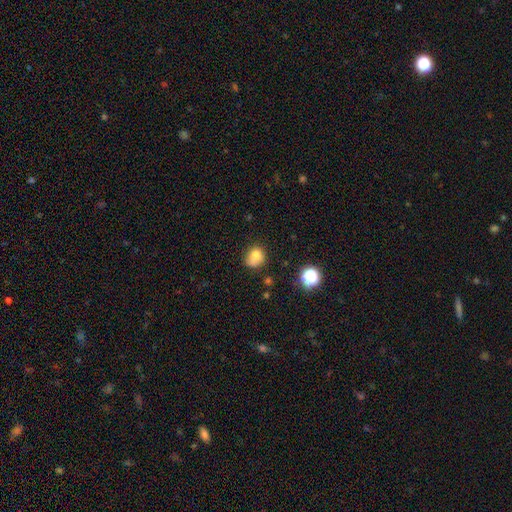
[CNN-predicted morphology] Smooth or featured?
  - smooth: 74% *
  - star or artifact: 14%
  - featured or disk: 12%
How rounded?
  - round: 68% *
  - in between: 31%
  - cigar-shaped: 1%
Merging?
  - none: 47% *
  - minor disturbance: 26%
  - merger: 16%
  - major disturbance: 11%